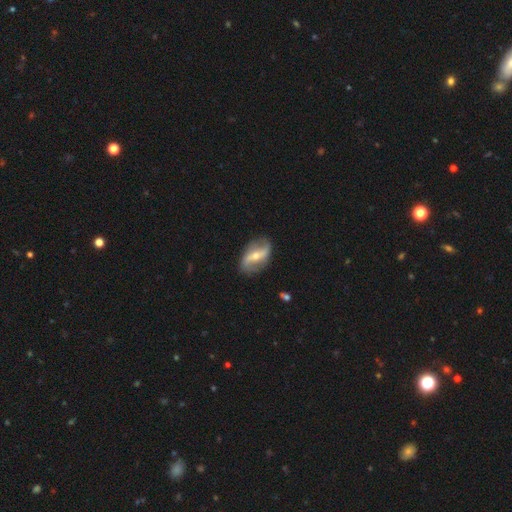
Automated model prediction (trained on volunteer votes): featured or disk 82%, smooth 13%, star or artifact 5%. Down the decision tree: edge-on disk — no (94%); bar — strong (48%); spiral arms — yes (89%); spiral arm count — 2 (92%); spiral winding — loose (75%); bulge size — small (49%); merging — none (82%).